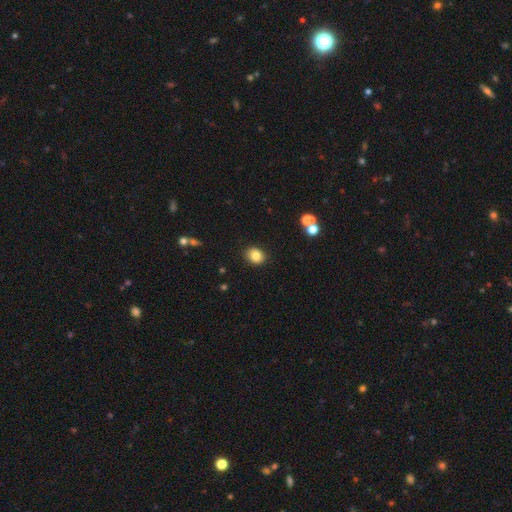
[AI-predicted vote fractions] This is clearly a smooth galaxy (82%). How rounded: possibly round (59%). Merging: clearly none (89%).